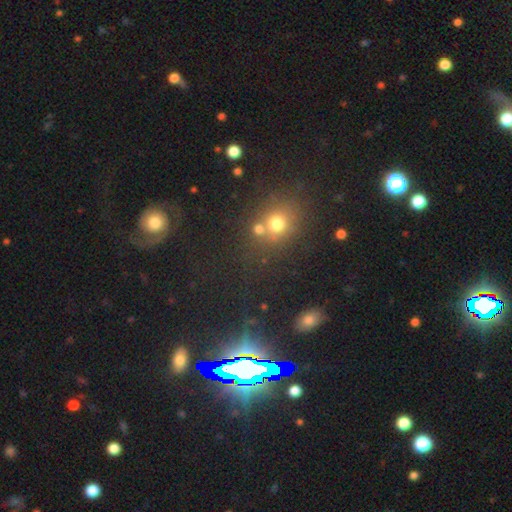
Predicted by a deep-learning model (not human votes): star or artifact 58%, smooth 34%, featured or disk 8%.